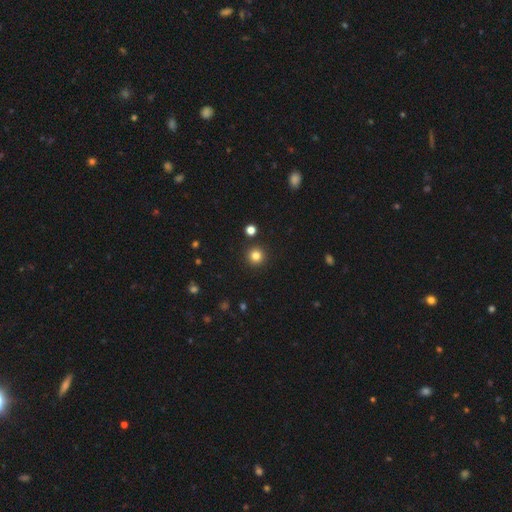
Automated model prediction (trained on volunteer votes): A smooth galaxy with no disk features (82%) that is round (96%).

Vote fractions:
- Smooth or featured? smooth: 82% / star or artifact: 13% / featured or disk: 5%
- How rounded? round: 96% / in between: 4% / cigar-shaped: 1%
- Merging? none: 91% / minor disturbance: 5% / merger: 2% / major disturbance: 2%